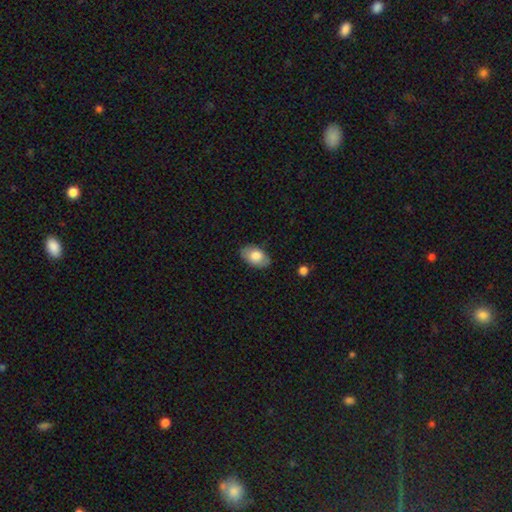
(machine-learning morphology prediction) This appears to be a smooth galaxy with no disk features (78%) that is in between round and cigar-shaped (91%). Merging: none (81%).